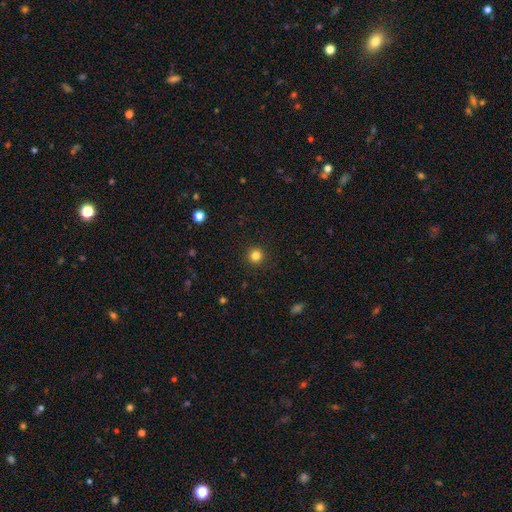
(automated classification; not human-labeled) This is clearly a smooth galaxy (83%). How rounded: clearly round (96%). Merging: clearly none (93%).